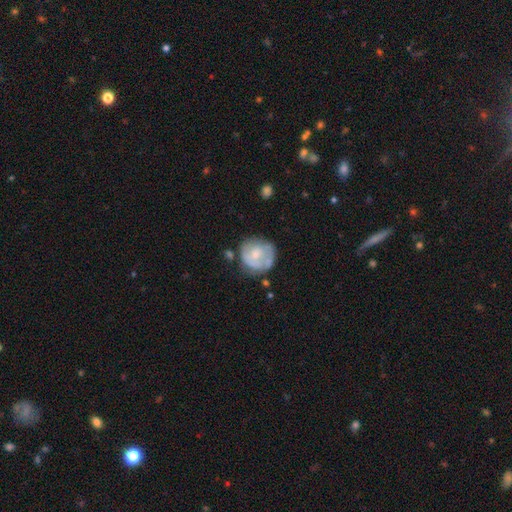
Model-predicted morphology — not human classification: smooth-or-featured: smooth: 49% | featured or disk: 45% | star or artifact: 6%
  merging: none: 57% | minor disturbance: 24% | major disturbance: 12% | merger: 7%